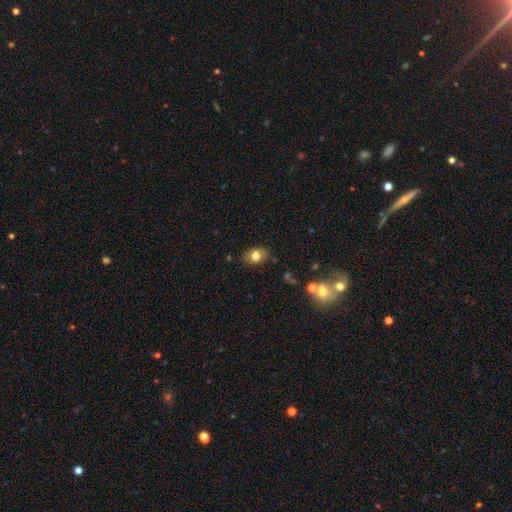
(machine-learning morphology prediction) The model was most divided on "how rounded": in between: 72%, round: 27%, cigar-shaped: 1%. More confident: merging — none (83%); smooth or featured — smooth (78%).